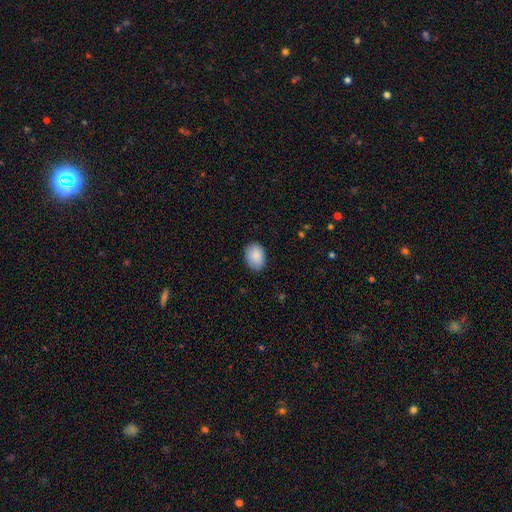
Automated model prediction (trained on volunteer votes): smooth 89%, star or artifact 7%, featured or disk 4%. Down the decision tree: how rounded — in between (78%); merging — none (83%).